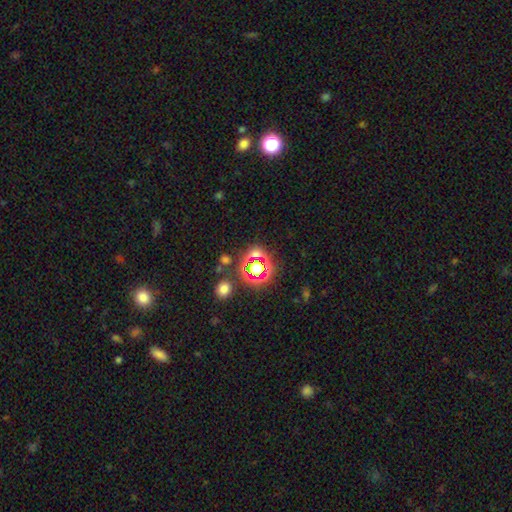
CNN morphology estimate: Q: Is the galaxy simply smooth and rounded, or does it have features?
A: star or artifact — 71%.